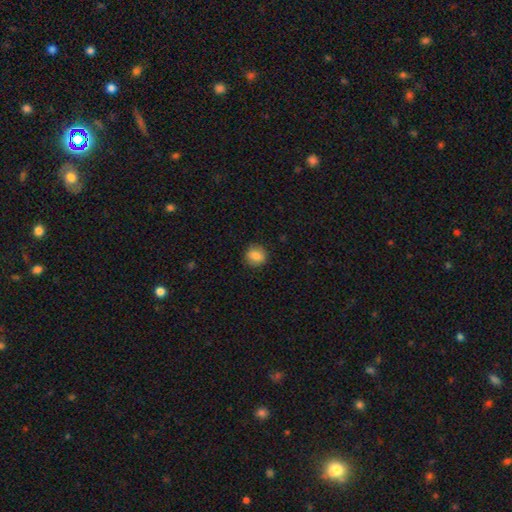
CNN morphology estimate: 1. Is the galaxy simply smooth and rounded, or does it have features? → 84% smooth, 9% star or artifact, 7% featured or disk.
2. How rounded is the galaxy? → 74% round, 24% in between, 1% cigar-shaped.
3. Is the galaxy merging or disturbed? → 86% none, 10% minor disturbance, 3% major disturbance, 1% merger.